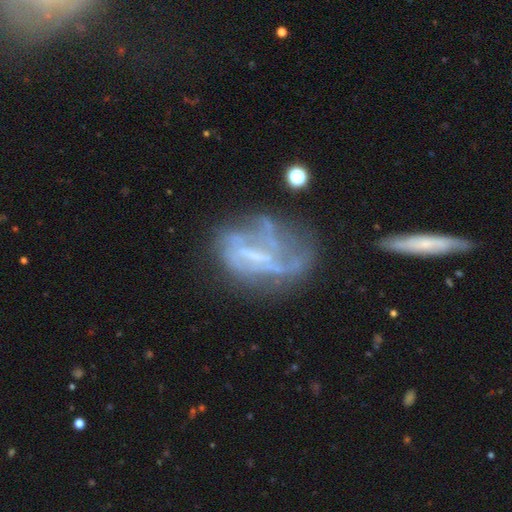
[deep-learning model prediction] A featured or disk galaxy (71%) with no bar (39%), no spiral arms (50%, tied with yes) and no central bulge (49%). Merging: major disturbance (37%).